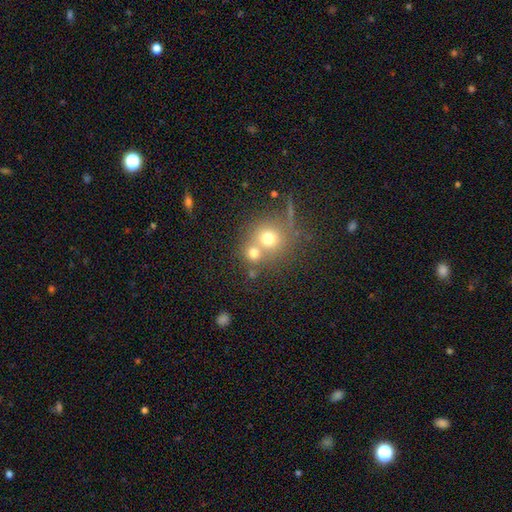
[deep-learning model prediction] Q: Smooth or featured?
A: smooth (70%); runner-up: star or artifact (16%)
Q: How rounded?
A: round (86%); runner-up: in between (12%)
Q: Merging?
A: none (47%); runner-up: merger (42%)